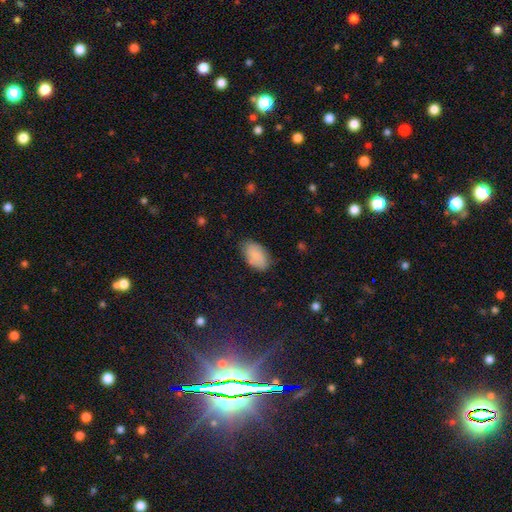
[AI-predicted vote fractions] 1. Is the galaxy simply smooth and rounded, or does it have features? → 81% smooth, 12% featured or disk, 7% star or artifact.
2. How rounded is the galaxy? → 94% in between, 4% round, 2% cigar-shaped.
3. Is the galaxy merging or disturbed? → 77% none, 17% minor disturbance, 4% major disturbance, 2% merger.